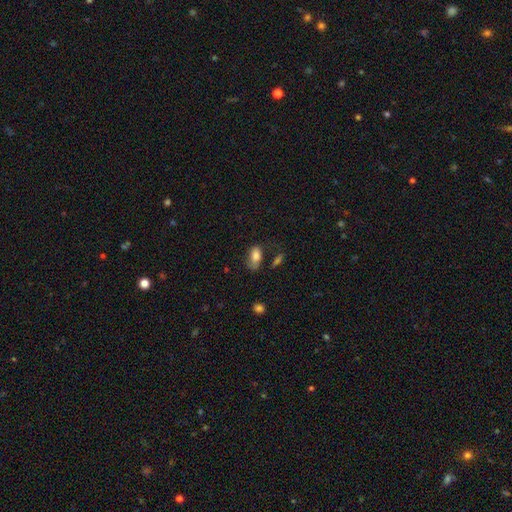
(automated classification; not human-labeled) Overall: smooth (80%). How rounded: in between (89%). Merging: none (51%; minor disturbance 29%).